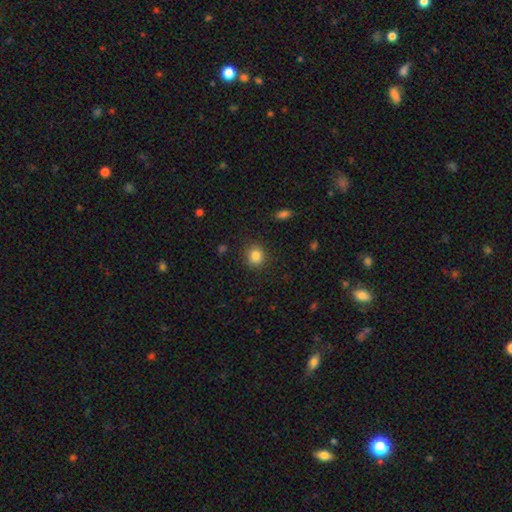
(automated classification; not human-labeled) Smooth or featured? smooth (84%)
How rounded? round (83%)
Merging? none (87%)